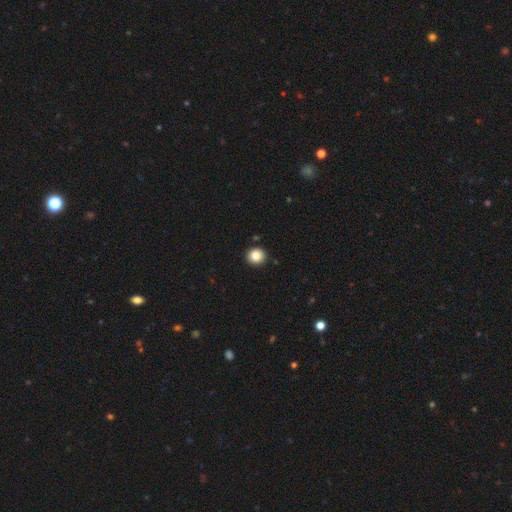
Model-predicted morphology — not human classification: A smooth galaxy with no disk features (86%) that is round (90%). Merging: none (91%).